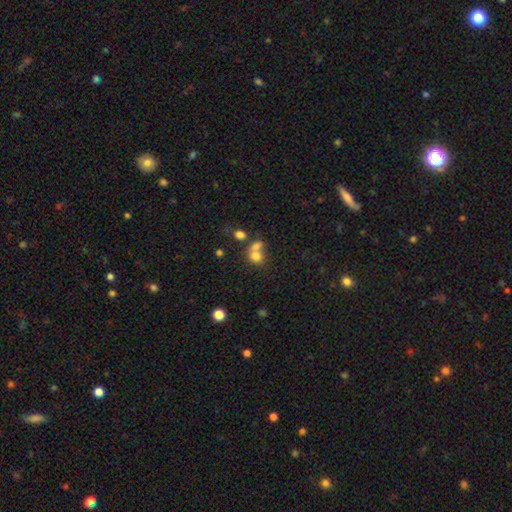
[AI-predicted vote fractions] Overall: smooth (72%). How rounded: round (68%; in between 31%). Merging: merger (56%; none 31%).